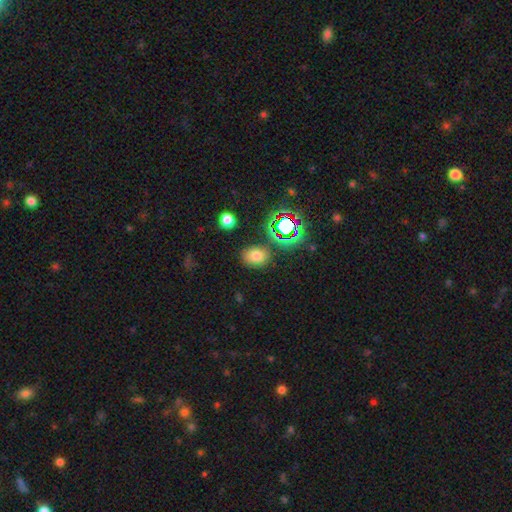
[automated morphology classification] smooth_or_featured: smooth (p=0.71) [alt: star or artifact p=0.21]
how_rounded: in between (p=0.68) [alt: round p=0.31]
merging: none (p=0.80) [alt: minor disturbance p=0.12]